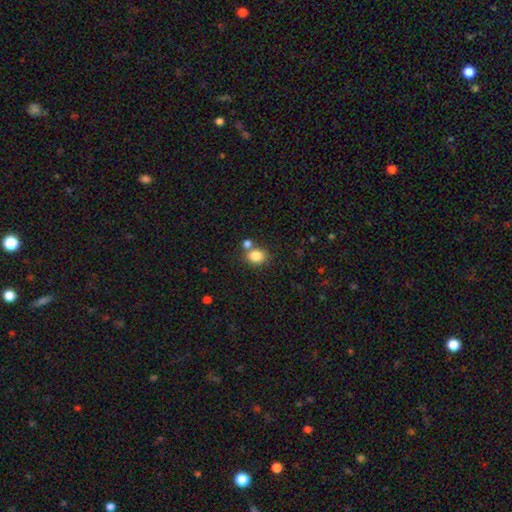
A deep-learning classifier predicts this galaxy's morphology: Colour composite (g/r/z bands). It shows a smooth galaxy with no disk features (84%) that is round (57%). Merging: none (62%).